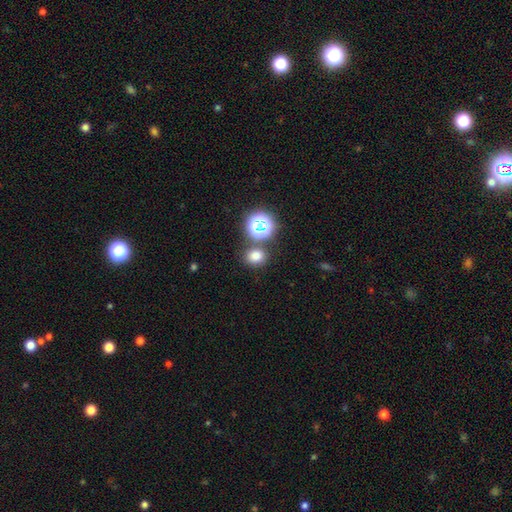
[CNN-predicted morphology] smooth_or_featured: smooth (p=0.73) [alt: star or artifact p=0.20]
how_rounded: round (p=0.64) [alt: in between p=0.35]
merging: none (p=0.77) [alt: merger p=0.11]